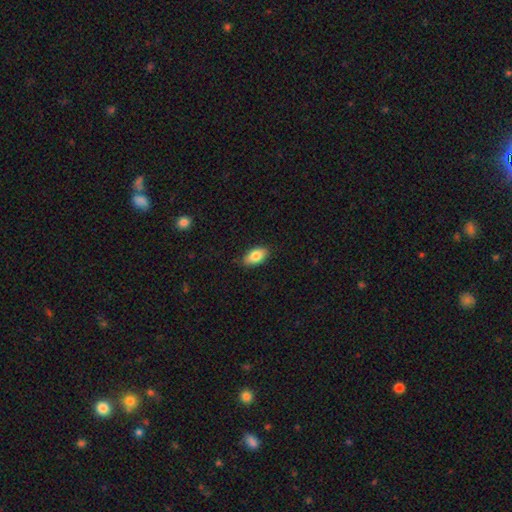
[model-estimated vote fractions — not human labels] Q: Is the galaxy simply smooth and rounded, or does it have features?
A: smooth — 83%.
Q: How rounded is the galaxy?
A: in between — 92%.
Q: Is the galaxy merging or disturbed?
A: none — 83%.